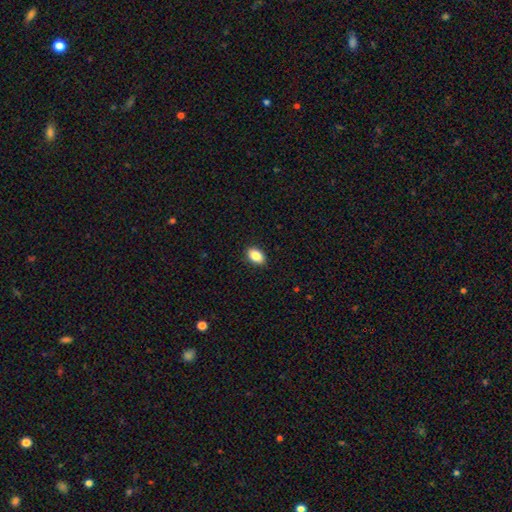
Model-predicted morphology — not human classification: Smooth or featured? Predicted: smooth (p=0.86). How rounded? Predicted: in between (p=0.87). Merging? Predicted: none (p=0.89).